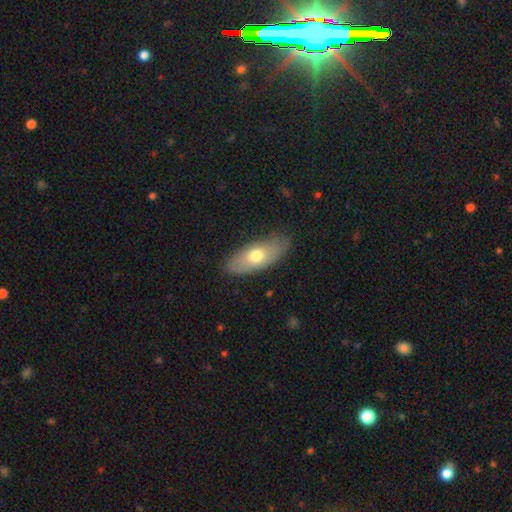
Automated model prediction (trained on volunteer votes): smooth_or_featured: smooth (p=0.65) [alt: featured or disk p=0.29]
how_rounded: in between (p=0.80) [alt: cigar-shaped p=0.17]
merging: none (p=0.80) [alt: minor disturbance p=0.15]